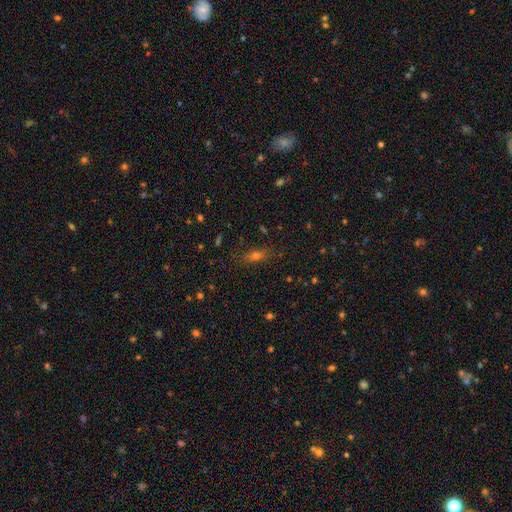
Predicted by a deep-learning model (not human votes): Overall: smooth (58%; star or artifact 26%). How rounded: in between (61%; cigar-shaped 27%). Merging: none (81%).